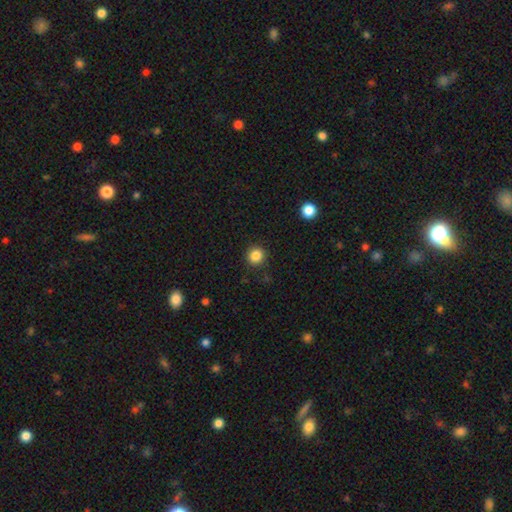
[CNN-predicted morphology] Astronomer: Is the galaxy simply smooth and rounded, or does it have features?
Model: smooth — 85%.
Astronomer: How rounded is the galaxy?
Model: round — 93%.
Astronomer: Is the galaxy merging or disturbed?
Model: none — 90%.